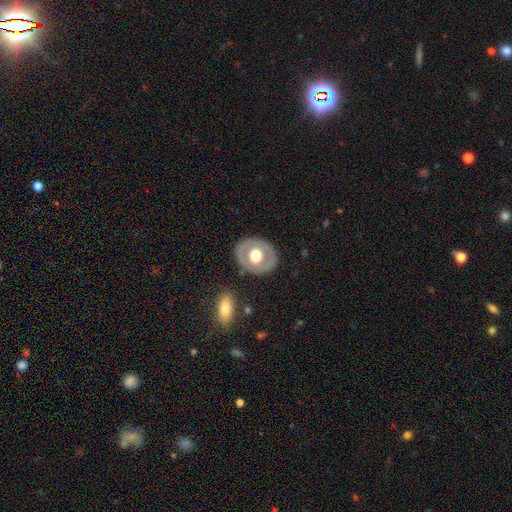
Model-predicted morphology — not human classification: A smooth galaxy with no disk features (47%, tied with featured or disk). Merging: none (83%).